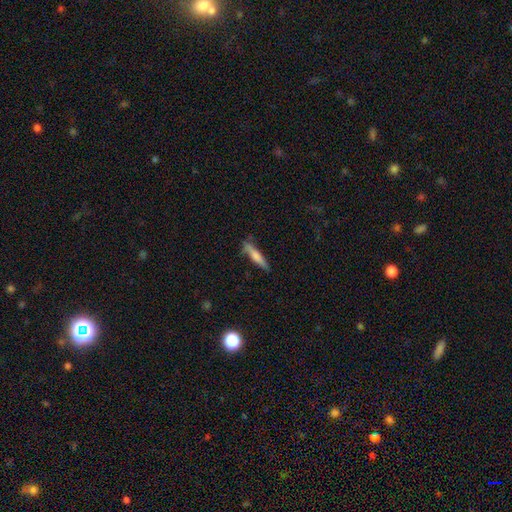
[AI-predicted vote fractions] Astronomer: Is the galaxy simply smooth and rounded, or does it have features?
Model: smooth — 64%.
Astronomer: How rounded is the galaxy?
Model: cigar-shaped — 89%.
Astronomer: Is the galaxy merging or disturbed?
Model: none — 76%.